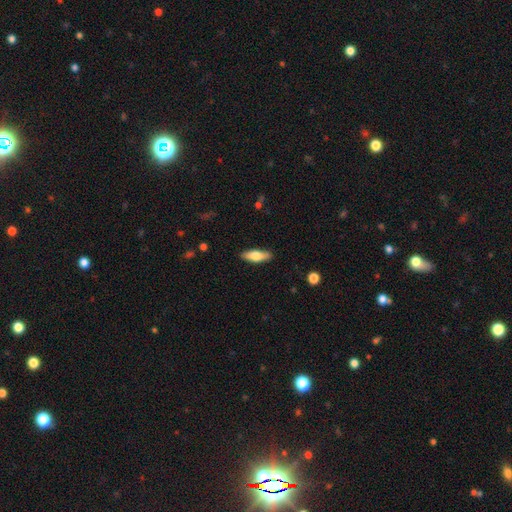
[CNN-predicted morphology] smooth 68%, featured or disk 26%, star or artifact 6%. Down the decision tree: how rounded — in between (57%); merging — none (86%).